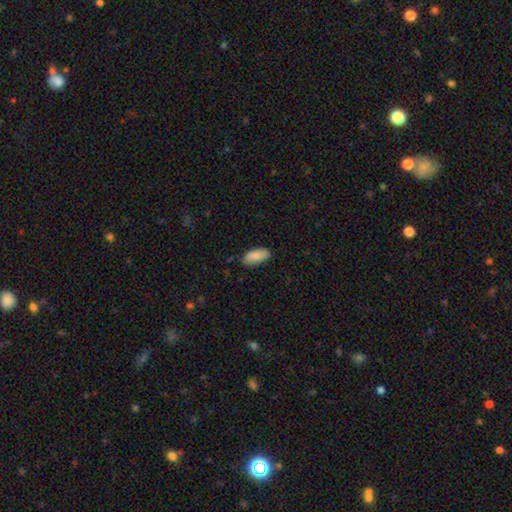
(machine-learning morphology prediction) A smooth galaxy with no disk features (89%) that is in between round and cigar-shaped (88%).

Vote fractions:
- Smooth or featured? smooth: 89% / star or artifact: 6% / featured or disk: 5%
- How rounded? in between: 88% / cigar-shaped: 10% / round: 2%
- Merging? none: 82% / minor disturbance: 15% / major disturbance: 2% / merger: 1%